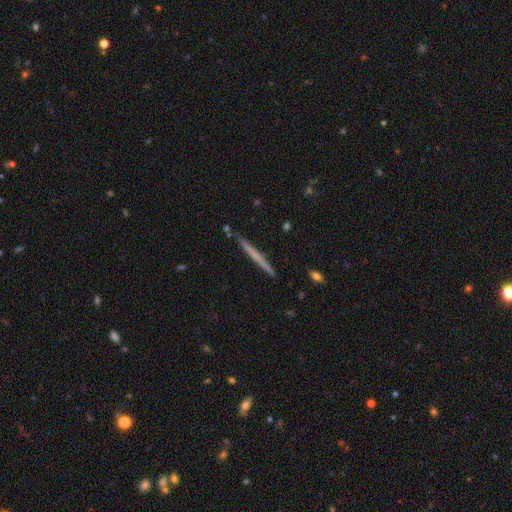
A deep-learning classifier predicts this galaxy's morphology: Smooth or featured? Predicted: featured or disk (p=0.51). Edge-on disk? Predicted: yes (p=0.98). Merging? Predicted: none (p=0.89).